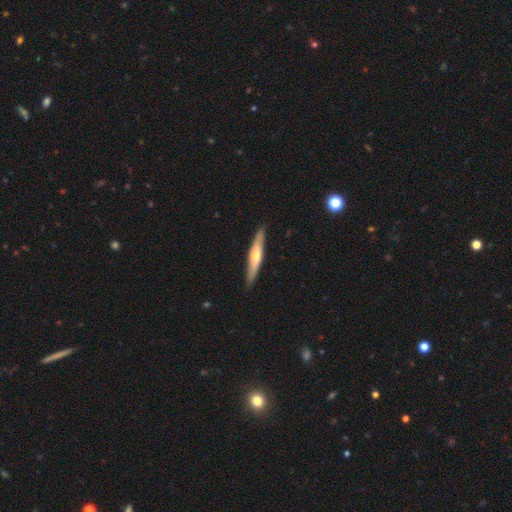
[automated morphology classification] A featured or disk galaxy (50%).

Vote fractions:
- Smooth or featured? featured or disk: 50% / smooth: 45% / star or artifact: 5%
- Merging? none: 88% / minor disturbance: 9% / major disturbance: 2% / merger: 1%